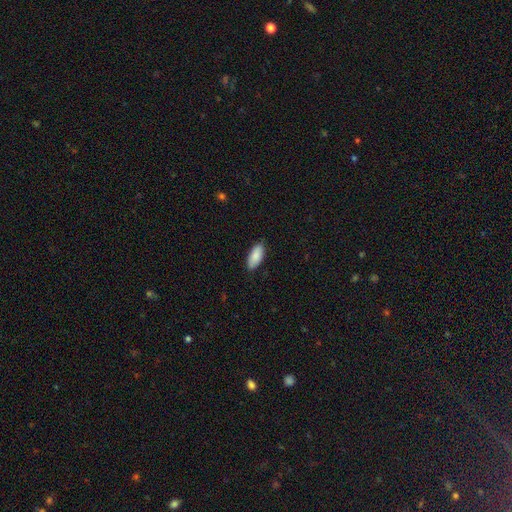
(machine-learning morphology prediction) smooth 88%, featured or disk 7%, star or artifact 6%. Down the decision tree: how rounded — in between (87%); merging — none (85%).